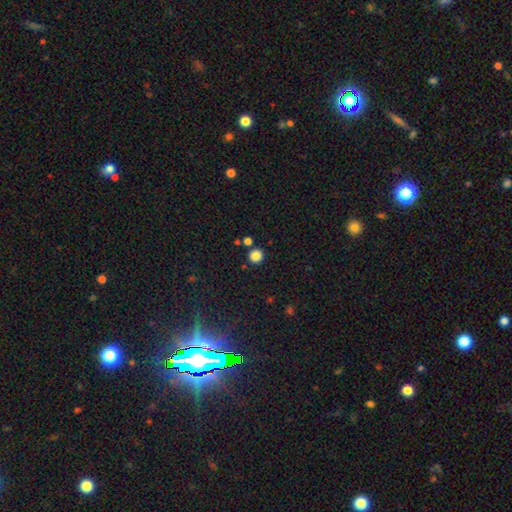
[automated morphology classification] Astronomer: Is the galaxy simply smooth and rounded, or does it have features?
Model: smooth — 85%.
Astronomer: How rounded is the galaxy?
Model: round — 93%.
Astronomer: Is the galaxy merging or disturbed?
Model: none — 85%.